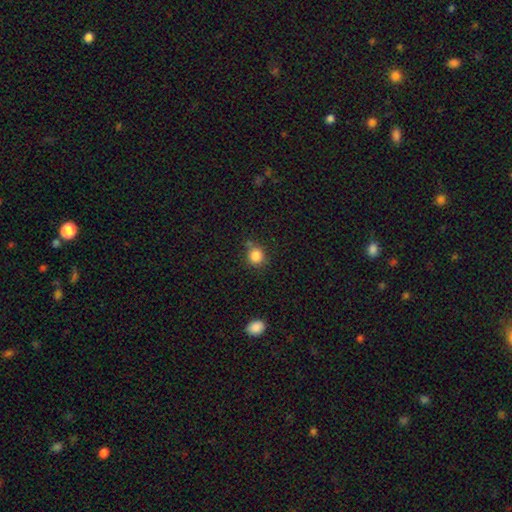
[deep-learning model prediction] Smooth or featured: smooth — 85% (star or artifact — 11%)
How rounded: round — 85% (in between — 14%)
Merging: none — 73% (minor disturbance — 14%)